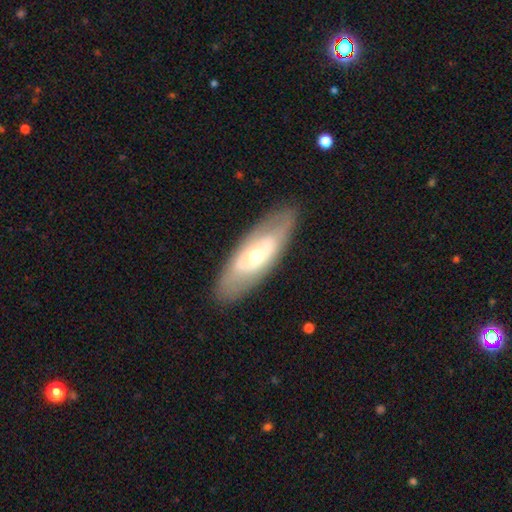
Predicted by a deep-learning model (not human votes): smooth-or-featured: featured or disk: 58% | smooth: 37% | star or artifact: 6%
  disk-edge-on: no: 80% | yes: 20%
  merging: none: 82% | minor disturbance: 13% | major disturbance: 5% | merger: 1%